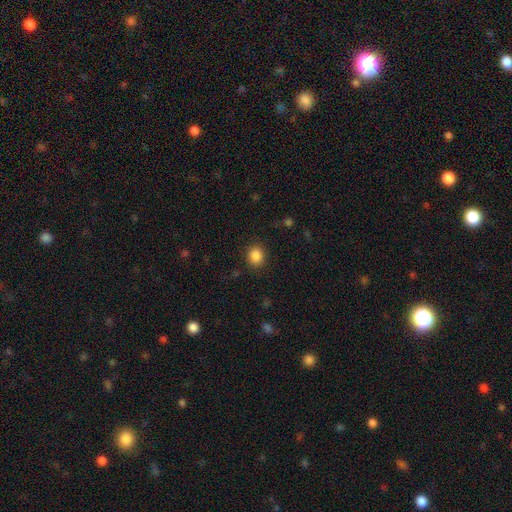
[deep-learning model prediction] The model was most divided on "how rounded": round: 74%, in between: 25%, cigar-shaped: 1%. More confident: merging — none (88%); smooth or featured — smooth (86%).